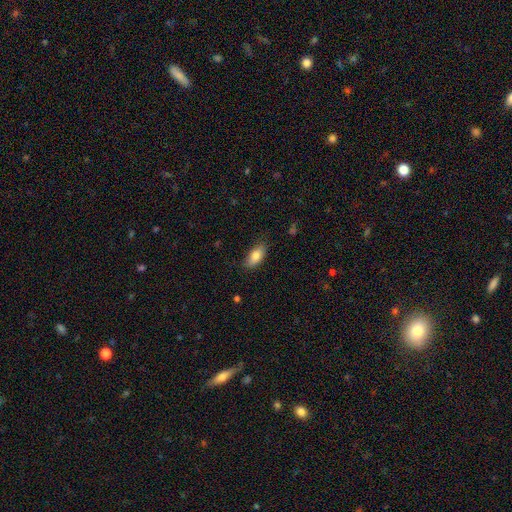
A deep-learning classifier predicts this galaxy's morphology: smooth 82%, featured or disk 11%, star or artifact 7%. Down the decision tree: how rounded — in between (88%); merging — none (81%).